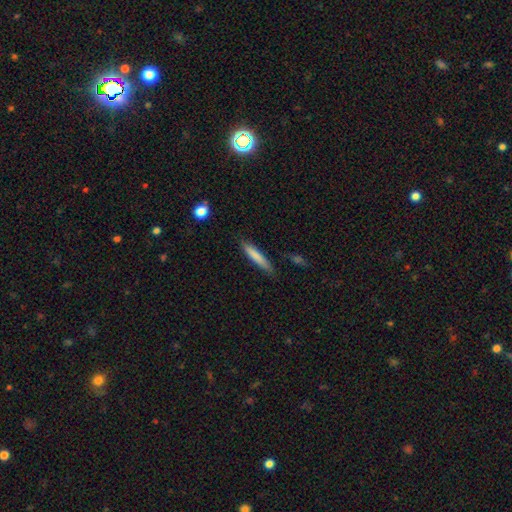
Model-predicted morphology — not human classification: smooth-or-featured: smooth: 79% | featured or disk: 15% | star or artifact: 6%
  how-rounded: cigar-shaped: 90% | in between: 9% | round: 1%
  merging: none: 82% | minor disturbance: 13% | major disturbance: 3% | merger: 2%